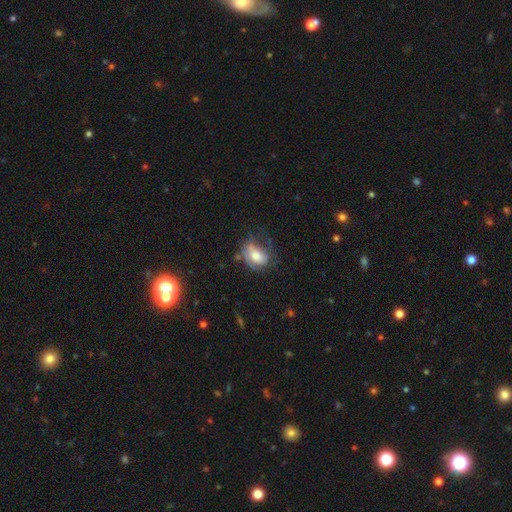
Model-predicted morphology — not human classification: smooth-or-featured: smooth: 51% | featured or disk: 40% | star or artifact: 9%
  how-rounded: in between: 76% | round: 22% | cigar-shaped: 2%
  merging: none: 37% | major disturbance: 31% | minor disturbance: 28% | merger: 4%